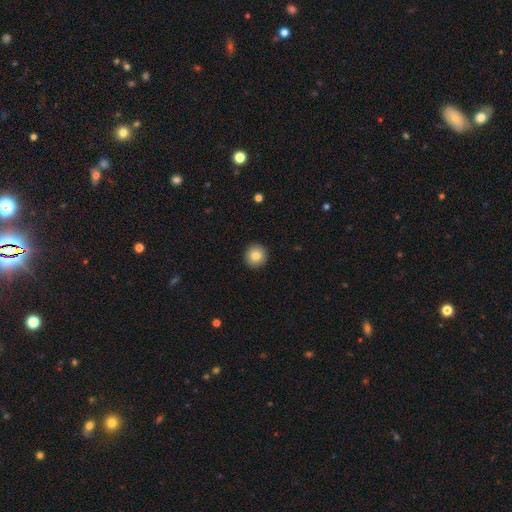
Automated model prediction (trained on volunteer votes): Smooth or featured: smooth — 85% (star or artifact — 9%)
How rounded: round — 95% (in between — 4%)
Merging: none — 93% (minor disturbance — 5%)